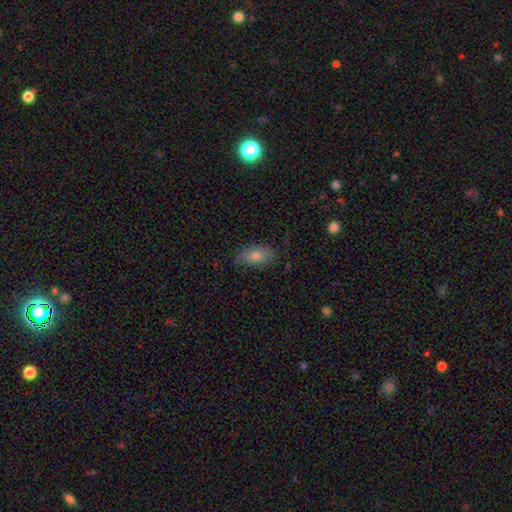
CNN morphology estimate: The model was most divided on "smooth or featured": smooth: 74%, featured or disk: 16%, star or artifact: 11%. More confident: how rounded — in between (89%); merging — none (79%).